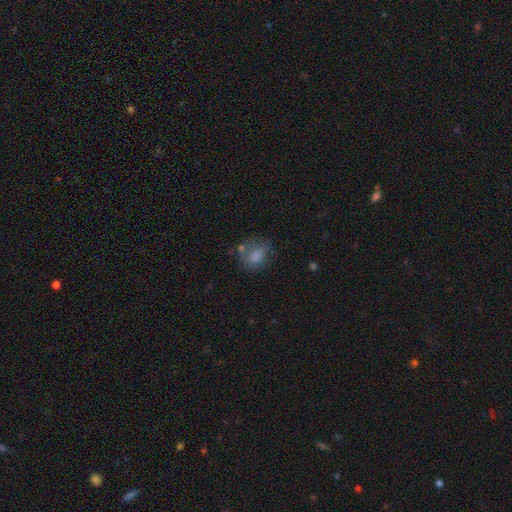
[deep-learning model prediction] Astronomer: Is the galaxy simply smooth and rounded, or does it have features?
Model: smooth — 75%.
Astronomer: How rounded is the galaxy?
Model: in between — 53% (runner-up: round, 46%).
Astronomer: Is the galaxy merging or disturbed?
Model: none — 51%.